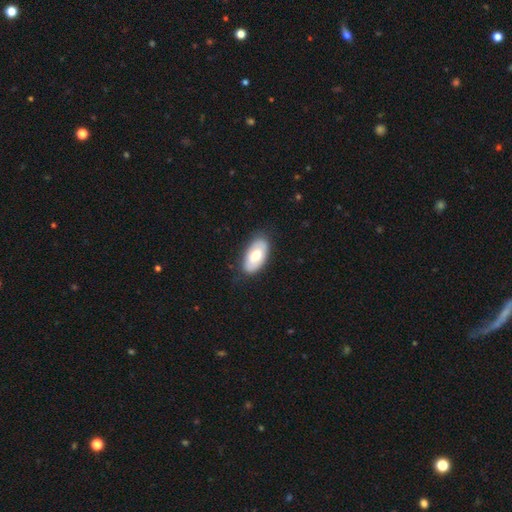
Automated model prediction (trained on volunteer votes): Smooth or featured? Predicted: smooth (p=0.66). How rounded? Predicted: in between (p=0.94). Merging? Predicted: none (p=0.82).